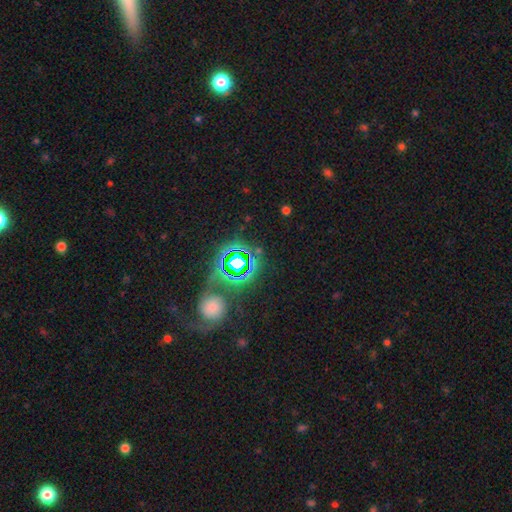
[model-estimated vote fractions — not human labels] smooth-or-featured: star or artifact: 51% | smooth: 32% | featured or disk: 16%